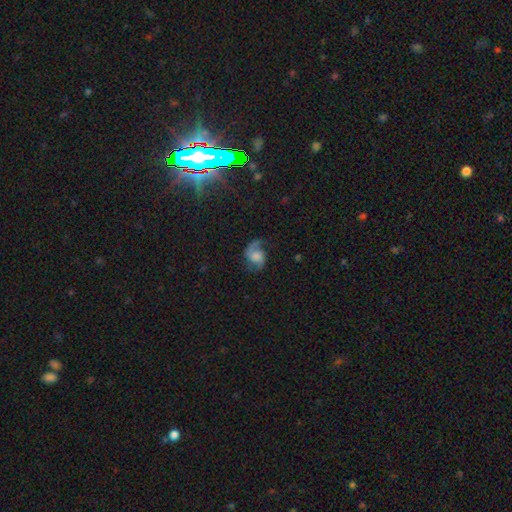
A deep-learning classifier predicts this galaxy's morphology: smooth_or_featured: featured or disk (p=0.77) [alt: smooth p=0.15]
disk_edge_on: no (p=0.98) [alt: yes p=0.02]
bar: no (p=0.64) [alt: weak p=0.30]
has_spiral_arms: yes (p=0.95) [alt: no p=0.05]
spiral_winding: loose (p=0.47) [alt: medium p=0.43]
spiral_arm_count: 2 (p=0.85) [alt: 1 p=0.09]
bulge_size: none (p=0.30) [alt: large p=0.28]
merging: none (p=0.64) [alt: minor disturbance p=0.20]